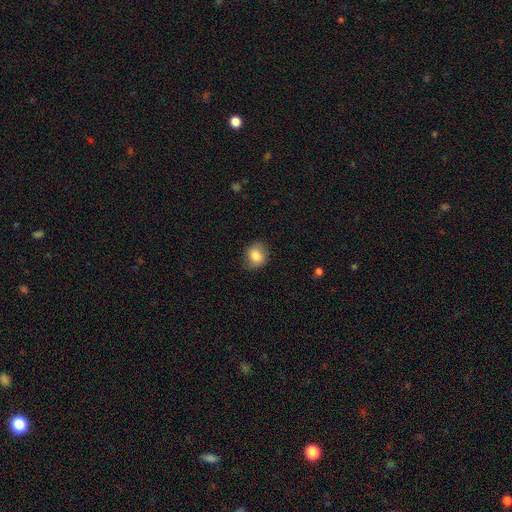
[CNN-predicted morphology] This is clearly a smooth galaxy (82%). How rounded: likely round (60%). Merging: likely none (78%).